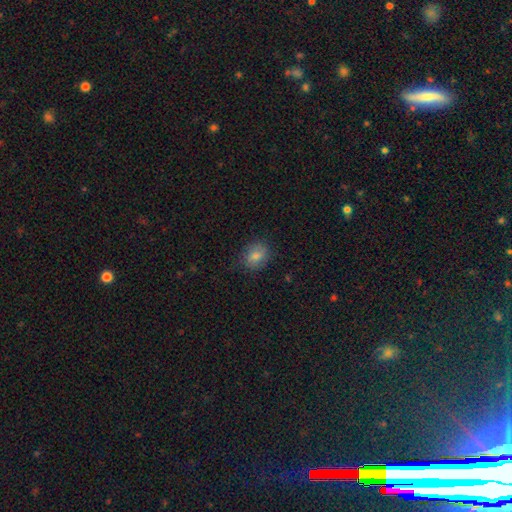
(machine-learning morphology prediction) type=smooth (78%); roundness=round (50%); merging=none (82%).